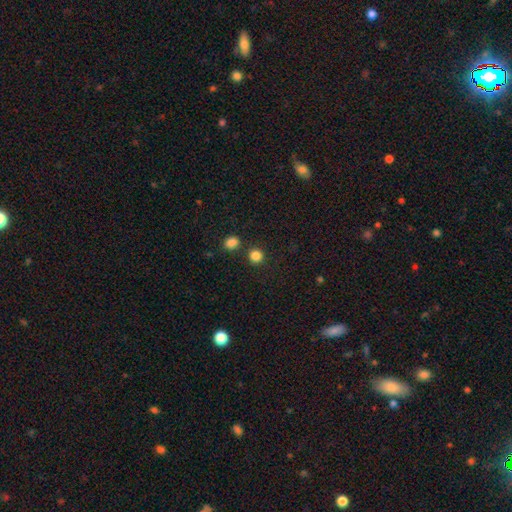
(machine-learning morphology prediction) Smooth or featured?
  - smooth: 84% *
  - star or artifact: 12%
  - featured or disk: 4%
How rounded?
  - round: 90% *
  - in between: 9%
  - cigar-shaped: 1%
Merging?
  - none: 82% *
  - merger: 9%
  - minor disturbance: 7%
  - major disturbance: 3%